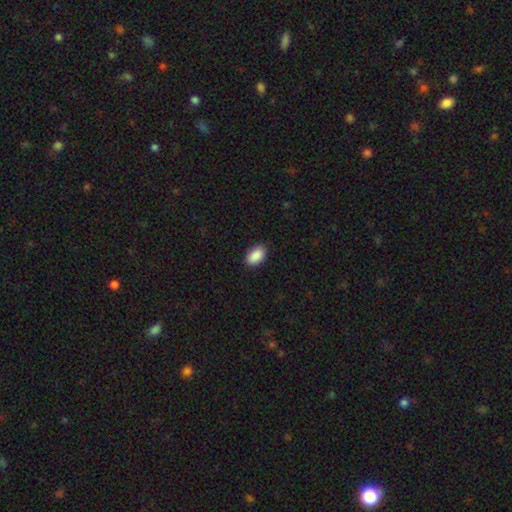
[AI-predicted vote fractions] smooth_or_featured: smooth (p=0.90) [alt: star or artifact p=0.07]
how_rounded: in between (p=0.93) [alt: round p=0.06]
merging: none (p=0.89) [alt: minor disturbance p=0.08]